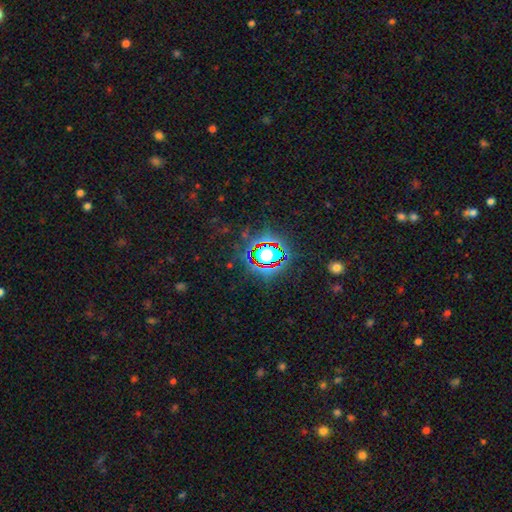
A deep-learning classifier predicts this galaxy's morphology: Overall: star or artifact (82%).